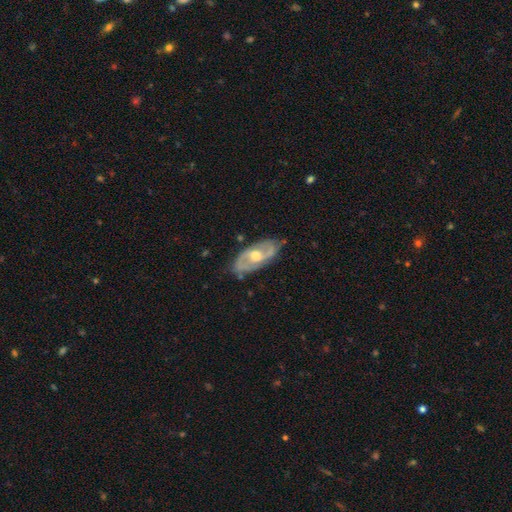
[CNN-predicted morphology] Smooth or featured? featured or disk (81%)
Edge-on disk? no (91%)
Bar? no (52%)
Spiral arms? yes (85%)
Spiral winding? medium (48%)
Spiral arm count? 2 (82%)
Bulge size? moderate (74%)
Merging? none (80%)